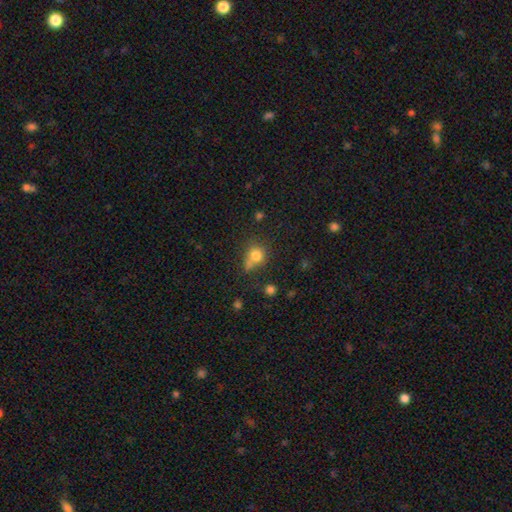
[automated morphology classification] Smooth or featured: smooth — 77% (star or artifact — 14%)
How rounded: round — 75% (in between — 23%)
Merging: none — 49% (merger — 21%)